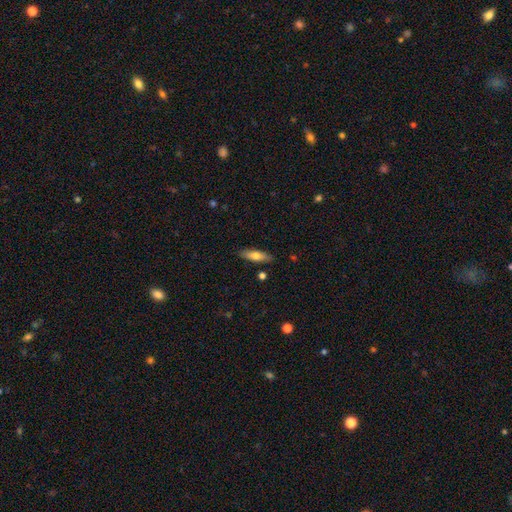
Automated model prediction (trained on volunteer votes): smooth-or-featured: smooth: 65% | featured or disk: 28% | star or artifact: 6%
  how-rounded: cigar-shaped: 58% | in between: 39% | round: 2%
  merging: none: 87% | minor disturbance: 9% | merger: 2% | major disturbance: 2%